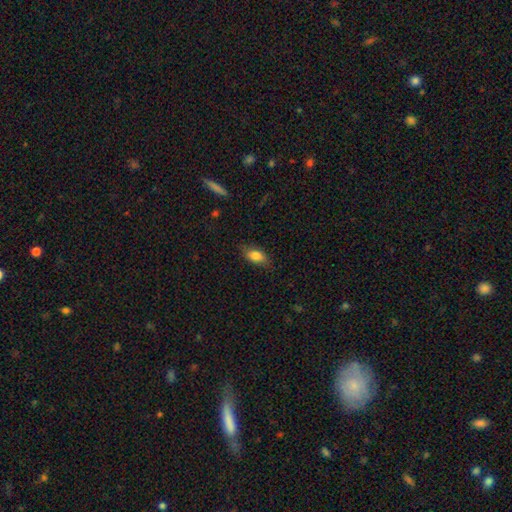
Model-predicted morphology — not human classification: A smooth galaxy with no disk features (82%) that is in between round and cigar-shaped (87%).

Vote fractions:
- Smooth or featured? smooth: 82% / featured or disk: 10% / star or artifact: 8%
- How rounded? in between: 87% / cigar-shaped: 7% / round: 6%
- Merging? none: 78% / minor disturbance: 17% / major disturbance: 4% / merger: 1%